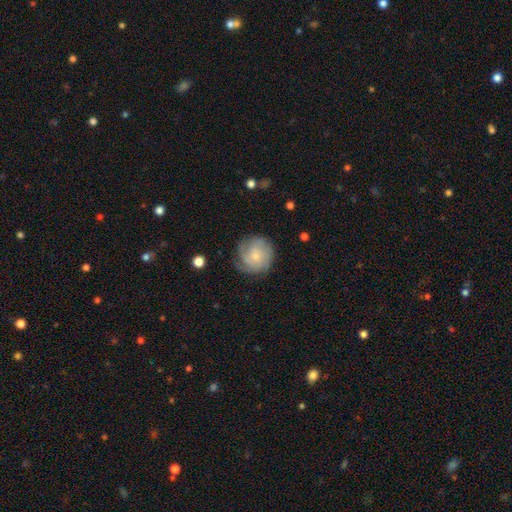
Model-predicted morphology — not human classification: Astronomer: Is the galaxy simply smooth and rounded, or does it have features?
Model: smooth — 50% (runner-up: featured or disk, 42%).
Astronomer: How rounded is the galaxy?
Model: round — 90%.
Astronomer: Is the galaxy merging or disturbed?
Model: none — 68%.